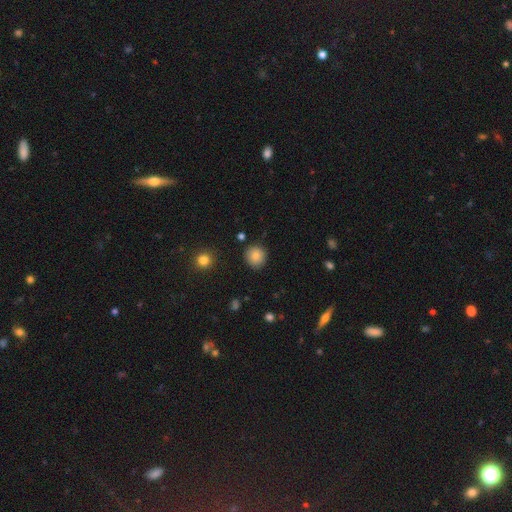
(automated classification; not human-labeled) smooth 84%, star or artifact 10%, featured or disk 6%. Down the decision tree: how rounded — round (90%); merging — none (88%).